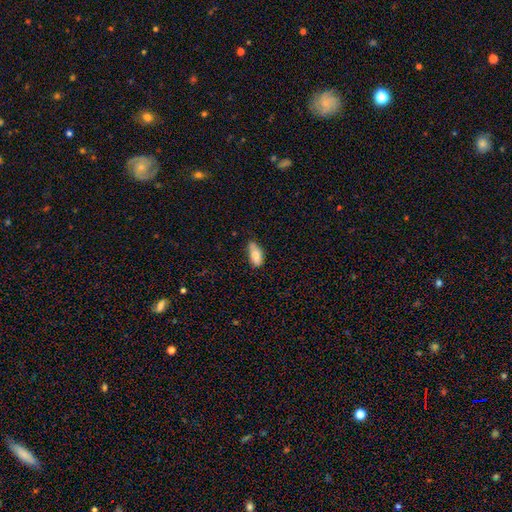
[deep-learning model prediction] Q: Smooth or featured?
A: smooth (81%); runner-up: featured or disk (12%)
Q: How rounded?
A: in between (88%); runner-up: cigar-shaped (9%)
Q: Merging?
A: none (58%); runner-up: minor disturbance (34%)